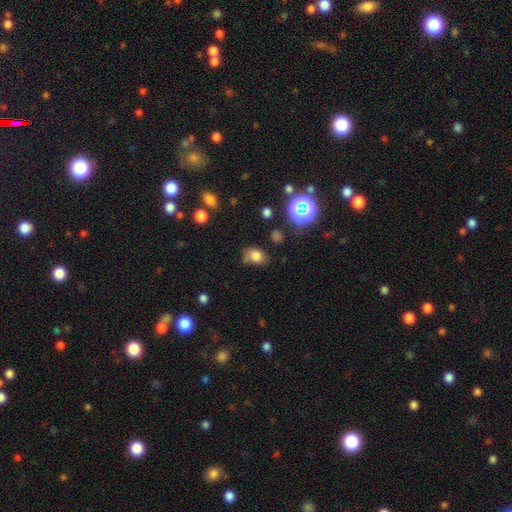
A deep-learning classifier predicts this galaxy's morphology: smooth_or_featured: smooth (p=0.75) [alt: star or artifact p=0.14]
how_rounded: in between (p=0.67) [alt: round p=0.32]
merging: none (p=0.58) [alt: minor disturbance p=0.27]